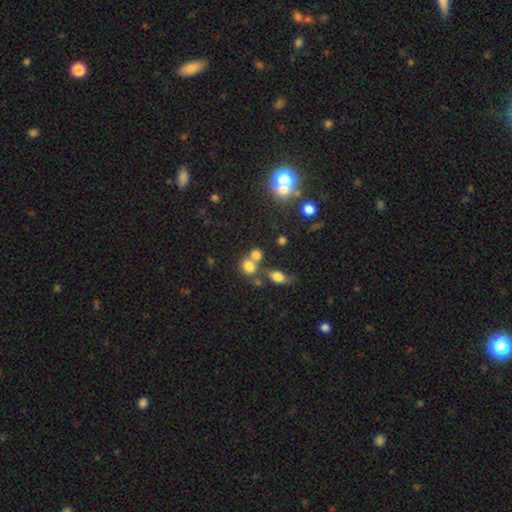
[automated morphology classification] Overall: smooth (73%). How rounded: round (78%). Merging: none (49%; merger 38%).